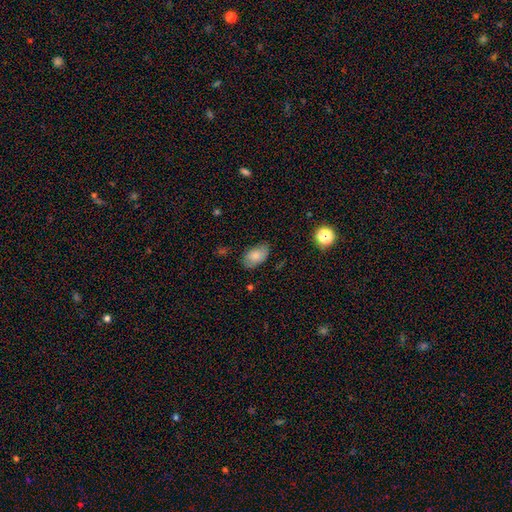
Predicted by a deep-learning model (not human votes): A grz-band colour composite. It shows a smooth galaxy with no disk features (80%) that is in between round and cigar-shaped (92%). Merging: none (75%).